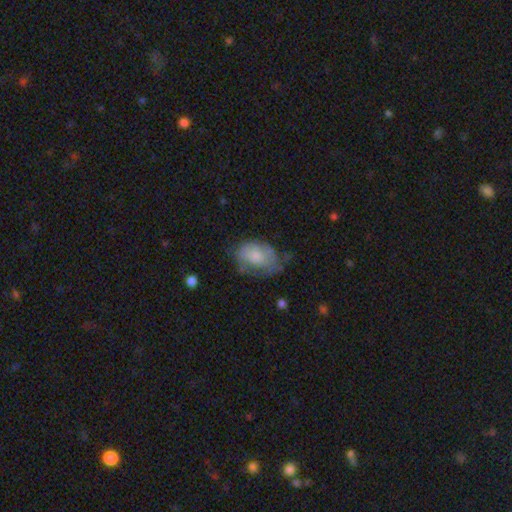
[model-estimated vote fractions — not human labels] Smooth or featured?
  - smooth: 64% *
  - featured or disk: 28%
  - star or artifact: 7%
How rounded?
  - in between: 83% *
  - round: 16%
  - cigar-shaped: 1%
Merging?
  - none: 39% *
  - minor disturbance: 36%
  - major disturbance: 23%
  - merger: 2%